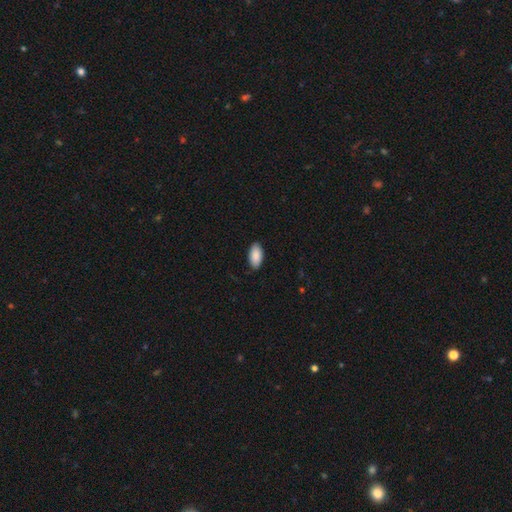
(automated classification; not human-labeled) A smooth galaxy with no disk features (90%) that is in between round and cigar-shaped (94%).

Vote fractions:
- Smooth or featured? smooth: 90% / star or artifact: 6% / featured or disk: 4%
- How rounded? in between: 94% / cigar-shaped: 4% / round: 2%
- Merging? none: 86% / minor disturbance: 11% / major disturbance: 2% / merger: 1%